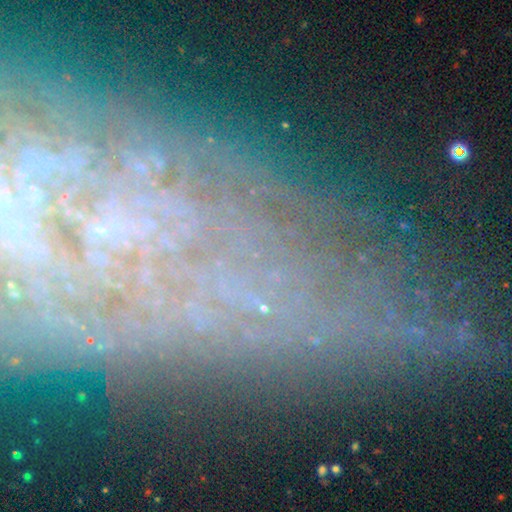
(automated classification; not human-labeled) smooth_or_featured: star or artifact (p=0.54) [alt: featured or disk p=0.32]